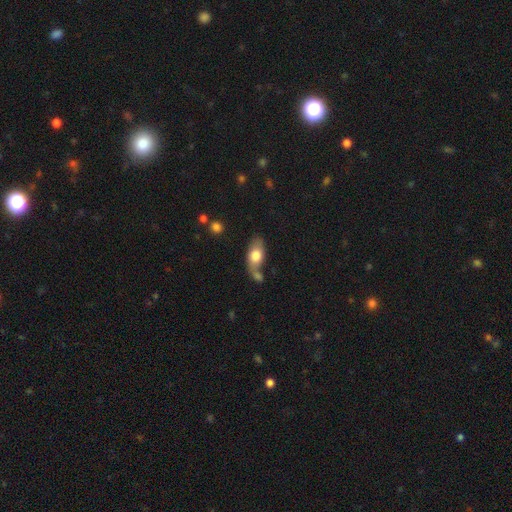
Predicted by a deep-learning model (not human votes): A smooth galaxy with no disk features (71%) that is in between round and cigar-shaped (87%). Merging: none (42%).